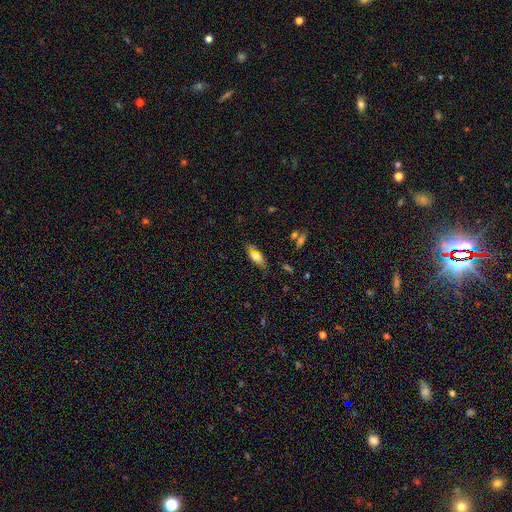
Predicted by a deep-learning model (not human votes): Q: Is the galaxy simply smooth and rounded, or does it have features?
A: smooth — 70%.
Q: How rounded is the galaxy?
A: in between — 74%.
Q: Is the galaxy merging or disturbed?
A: none — 71%.